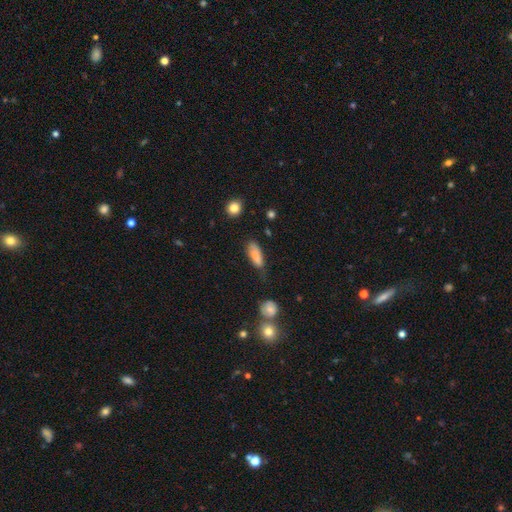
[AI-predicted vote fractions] Smooth or featured?
  - smooth: 81% *
  - featured or disk: 11%
  - star or artifact: 8%
How rounded?
  - in between: 66% *
  - cigar-shaped: 32%
  - round: 2%
Merging?
  - none: 56% *
  - minor disturbance: 32%
  - major disturbance: 9%
  - merger: 3%